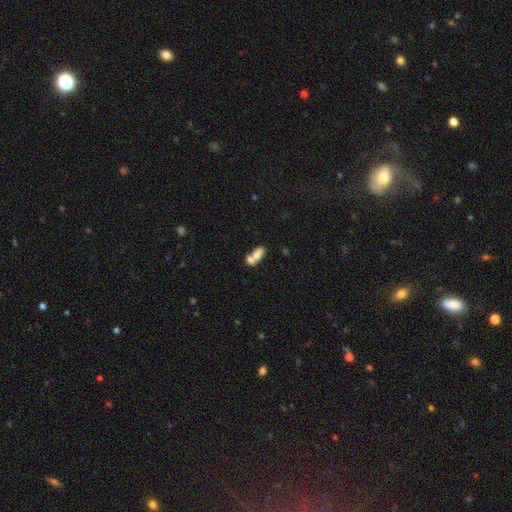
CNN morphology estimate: This is likely a smooth galaxy (69%). How rounded: clearly in between (82%). Merging: likely merger (68%).